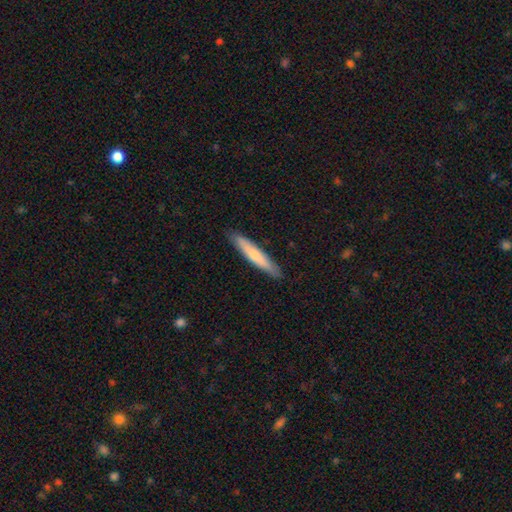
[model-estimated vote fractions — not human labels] Morphology: type=smooth (67%); roundness=cigar-shaped (91%); merging=none (89%).